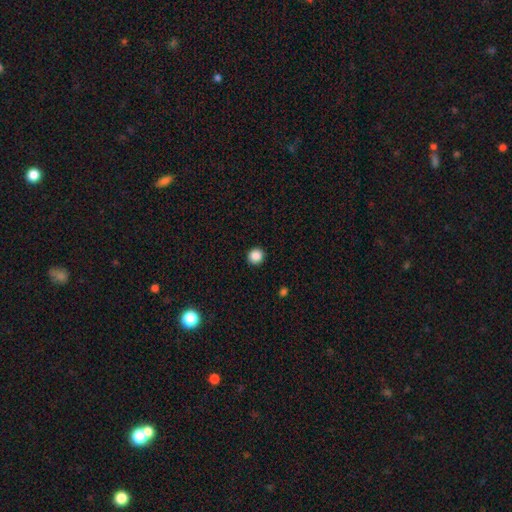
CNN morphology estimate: Overall: smooth (87%). How rounded: round (94%). Merging: none (93%).